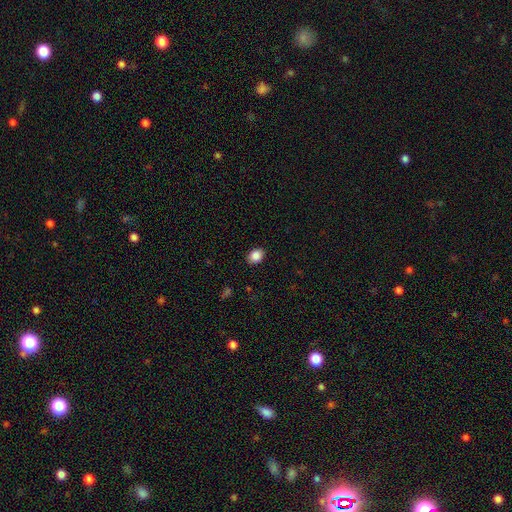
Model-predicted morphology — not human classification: smooth_or_featured: smooth (p=0.87) [alt: star or artifact p=0.09]
how_rounded: in between (p=0.63) [alt: round p=0.36]
merging: none (p=0.89) [alt: minor disturbance p=0.08]